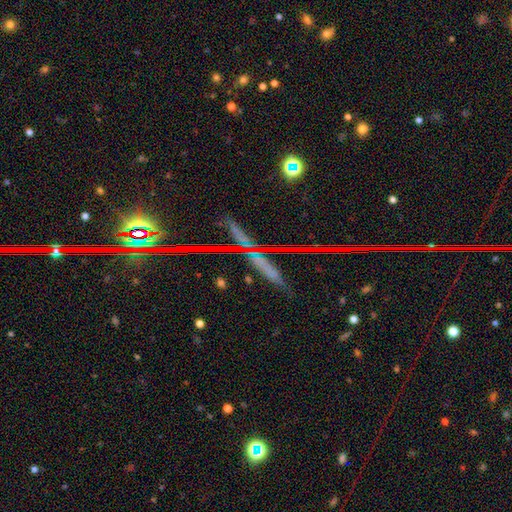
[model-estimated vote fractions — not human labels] smooth-or-featured: star or artifact: 66% | featured or disk: 20% | smooth: 14%